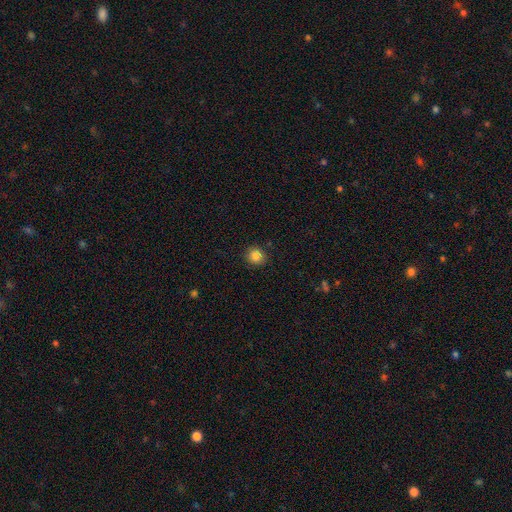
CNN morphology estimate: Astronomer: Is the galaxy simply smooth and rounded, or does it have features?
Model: smooth — 84%.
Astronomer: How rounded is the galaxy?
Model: round — 88%.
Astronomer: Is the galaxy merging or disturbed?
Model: none — 89%.